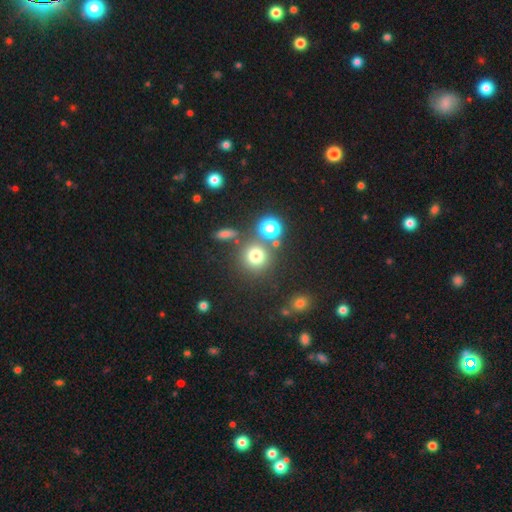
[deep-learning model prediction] Smooth or featured?
  - smooth: 73% *
  - star or artifact: 19%
  - featured or disk: 8%
How rounded?
  - round: 92% *
  - in between: 7%
  - cigar-shaped: 1%
Merging?
  - none: 74% *
  - merger: 13%
  - minor disturbance: 9%
  - major disturbance: 4%